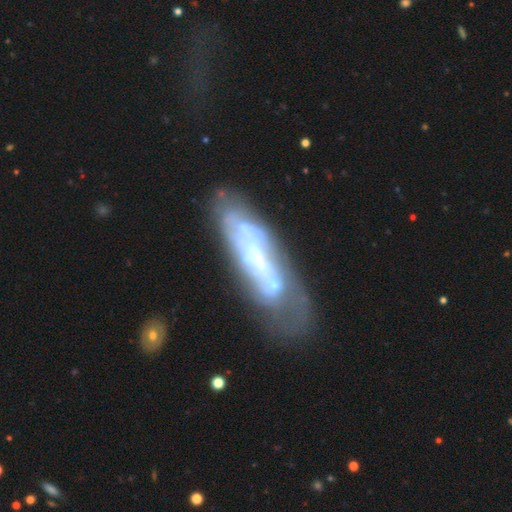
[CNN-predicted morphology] A featured or disk galaxy (67%). Merging: none (46%).